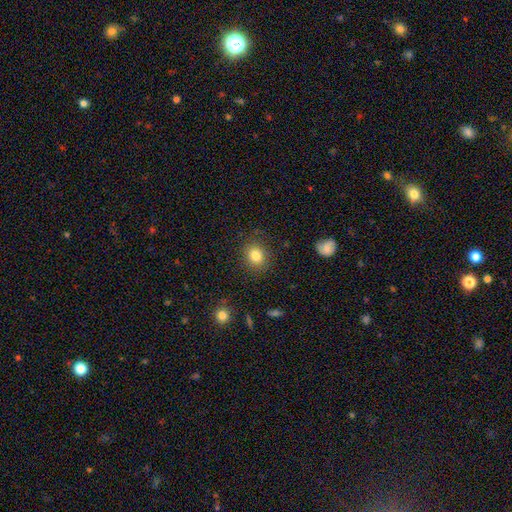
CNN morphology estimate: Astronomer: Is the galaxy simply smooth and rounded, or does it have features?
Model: smooth — 83%.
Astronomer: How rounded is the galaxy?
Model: round — 68%.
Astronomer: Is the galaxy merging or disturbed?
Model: none — 86%.